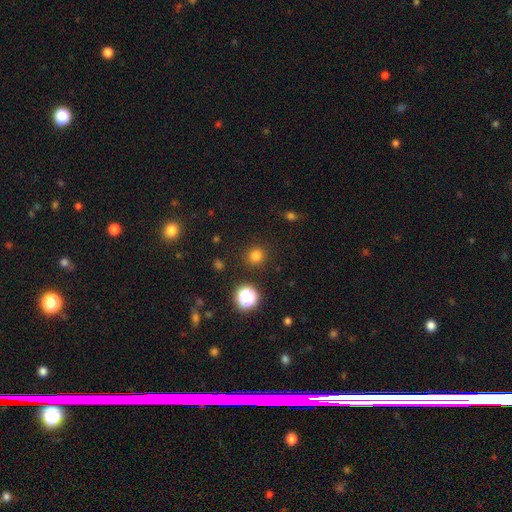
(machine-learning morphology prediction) smooth-or-featured: smooth: 78% | star or artifact: 18% | featured or disk: 4%
  how-rounded: round: 93% | in between: 6% | cigar-shaped: 1%
  merging: none: 89% | minor disturbance: 6% | major disturbance: 3% | merger: 2%